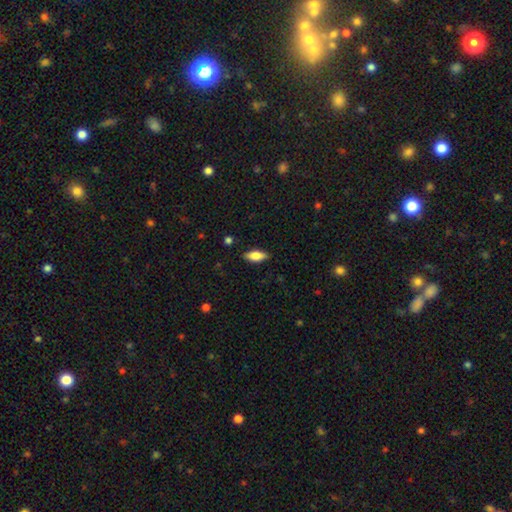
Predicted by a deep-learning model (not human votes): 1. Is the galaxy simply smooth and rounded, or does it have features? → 72% smooth, 22% featured or disk, 7% star or artifact.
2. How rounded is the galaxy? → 78% in between, 19% cigar-shaped, 3% round.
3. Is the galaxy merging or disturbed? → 87% none, 10% minor disturbance, 2% major disturbance, 1% merger.